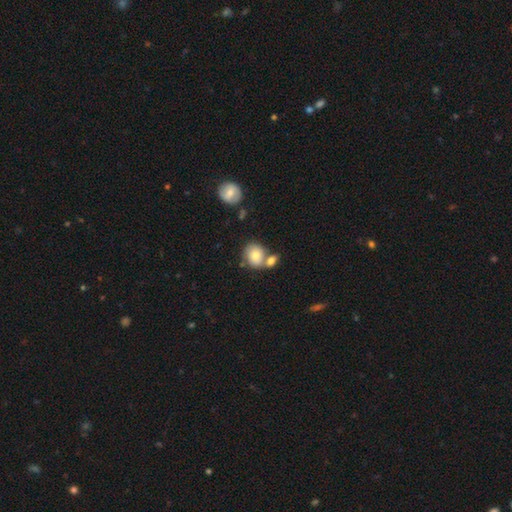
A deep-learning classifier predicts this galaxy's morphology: smooth_or_featured: smooth (p=0.78) [alt: featured or disk p=0.14]
how_rounded: round (p=0.59) [alt: in between p=0.40]
merging: merger (p=0.42) [tied with: none p=0.42]